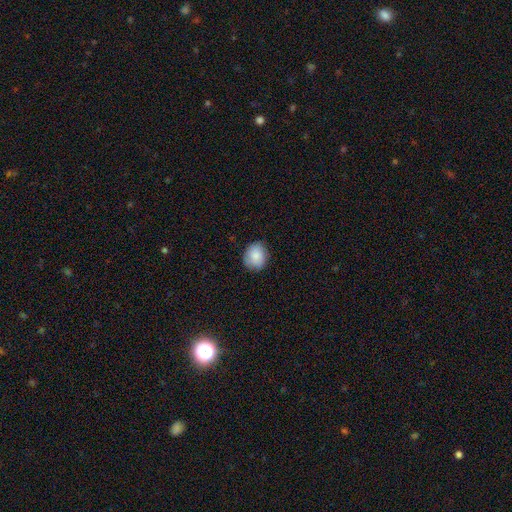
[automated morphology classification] A smooth galaxy with no disk features (85%) that is round (66%). Merging: none (80%).